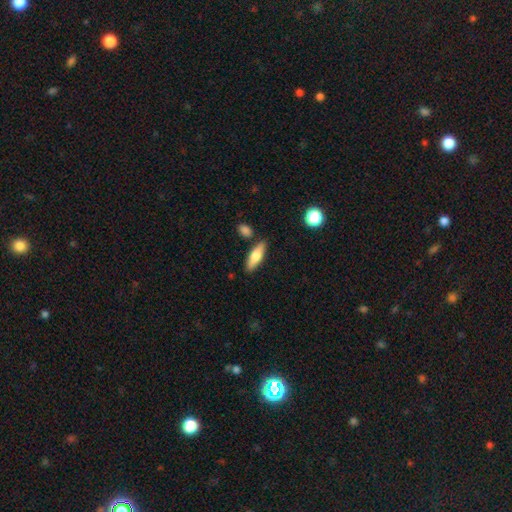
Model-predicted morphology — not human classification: smooth-or-featured: smooth: 67% | featured or disk: 27% | star or artifact: 6%
  how-rounded: in between: 52% | cigar-shaped: 45% | round: 3%
  merging: none: 81% | minor disturbance: 11% | merger: 5% | major disturbance: 2%